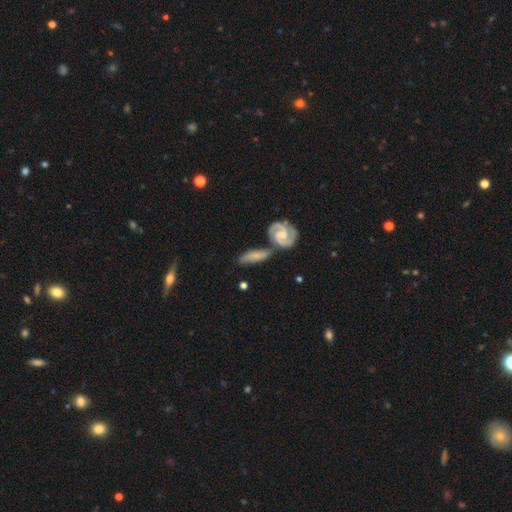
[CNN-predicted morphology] A featured or disk galaxy (56%).

Vote fractions:
- Smooth or featured? featured or disk: 56% / smooth: 38% / star or artifact: 6%
- Edge-on disk? no: 81% / yes: 19%
- Merging? none: 50% / merger: 28% / minor disturbance: 16% / major disturbance: 6%